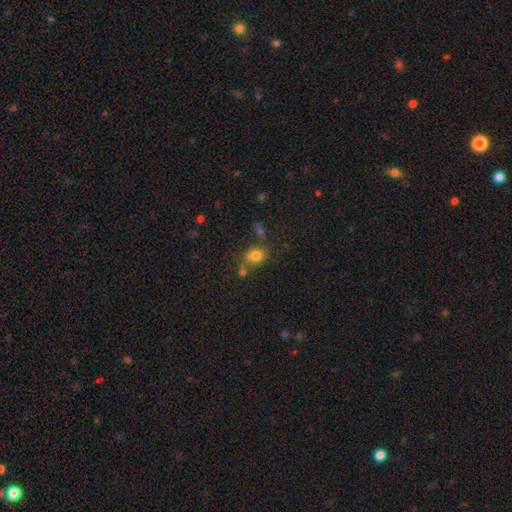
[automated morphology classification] smooth_or_featured: smooth (p=0.76) [alt: star or artifact p=0.14]
how_rounded: round (p=0.54) [alt: in between p=0.45]
merging: none (p=0.49) [alt: merger p=0.24]